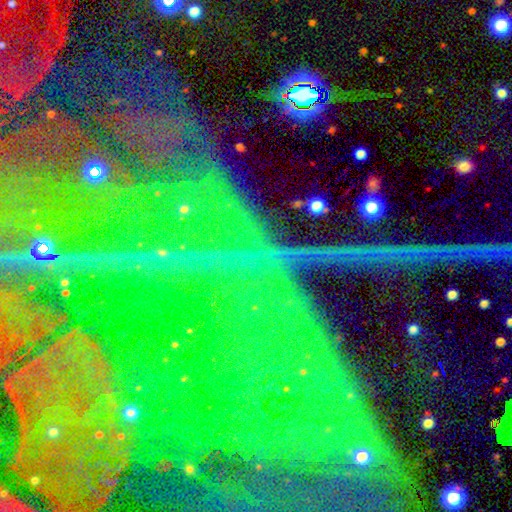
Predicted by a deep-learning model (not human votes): Smooth or featured? star or artifact (83%)